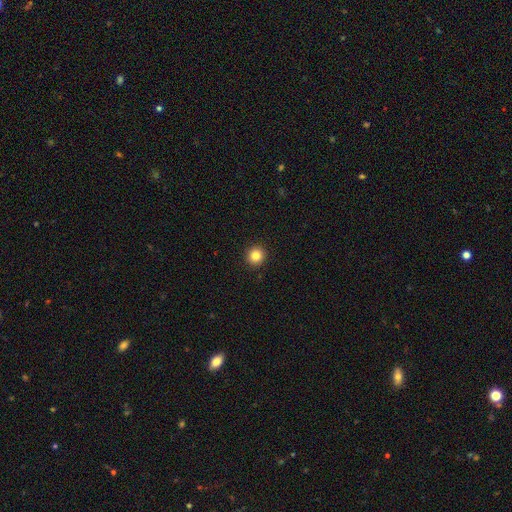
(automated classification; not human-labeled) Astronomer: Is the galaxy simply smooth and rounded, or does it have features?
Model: smooth — 84%.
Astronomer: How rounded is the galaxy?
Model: round — 94%.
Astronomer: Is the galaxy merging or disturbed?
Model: none — 94%.